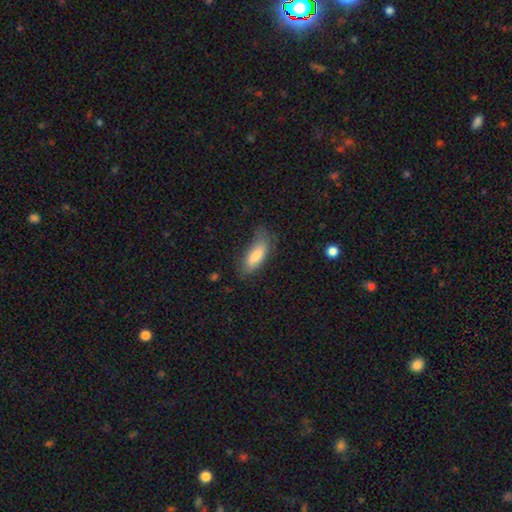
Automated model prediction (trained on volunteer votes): smooth_or_featured: smooth (p=0.80) [alt: featured or disk p=0.13]
how_rounded: in between (p=0.67) [alt: cigar-shaped p=0.31]
merging: none (p=0.66) [alt: minor disturbance p=0.25]